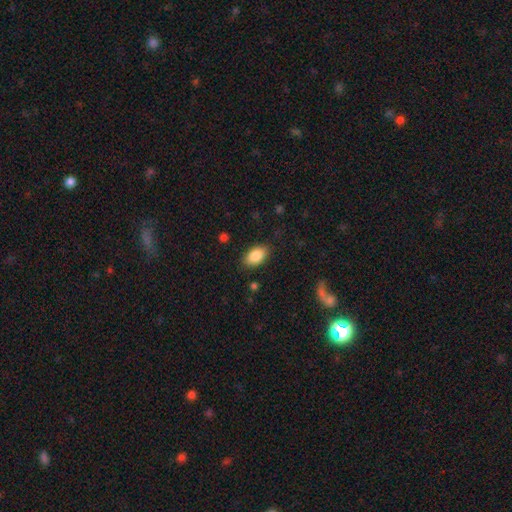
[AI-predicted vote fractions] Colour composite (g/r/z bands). It shows a smooth galaxy with no disk features (87%) that is in between round and cigar-shaped (93%). Merging: none (86%).